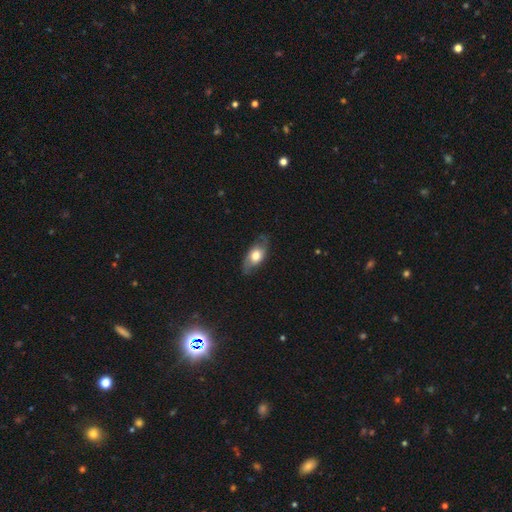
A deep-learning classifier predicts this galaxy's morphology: Smooth or featured? smooth (54%)
How rounded? in between (85%)
Merging? none (73%)